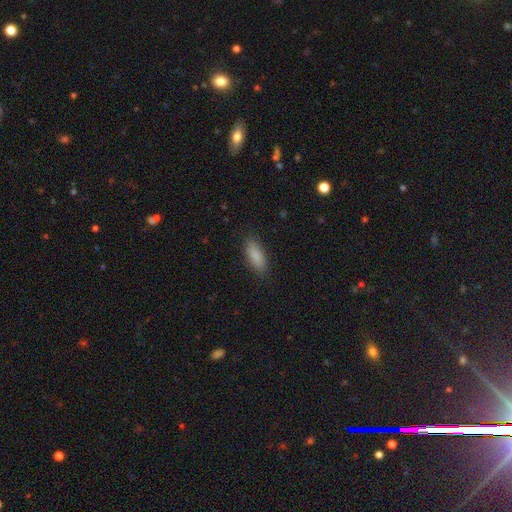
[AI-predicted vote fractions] Smooth or featured?
  - smooth: 88% *
  - star or artifact: 7%
  - featured or disk: 6%
How rounded?
  - in between: 73% *
  - cigar-shaped: 25%
  - round: 2%
Merging?
  - none: 86% *
  - minor disturbance: 10%
  - major disturbance: 3%
  - merger: 1%